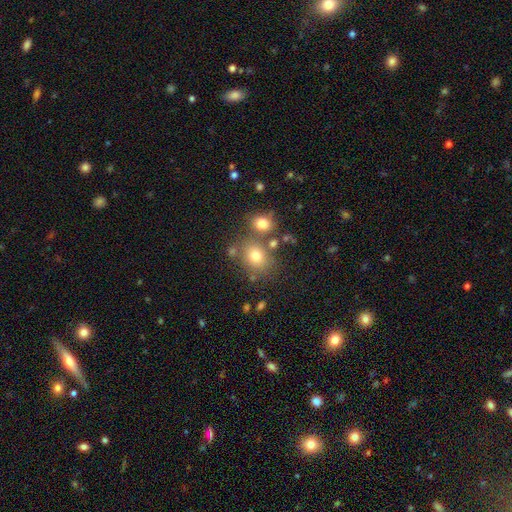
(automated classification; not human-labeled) smooth 73%, star or artifact 16%, featured or disk 11%. Down the decision tree: how rounded — round (61%); merging — none (65%).